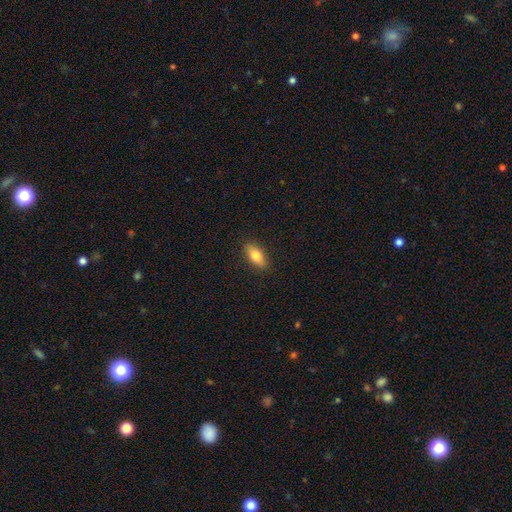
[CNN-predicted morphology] Smooth or featured? Predicted: smooth (p=0.78). How rounded? Predicted: in between (p=0.82). Merging? Predicted: none (p=0.87).